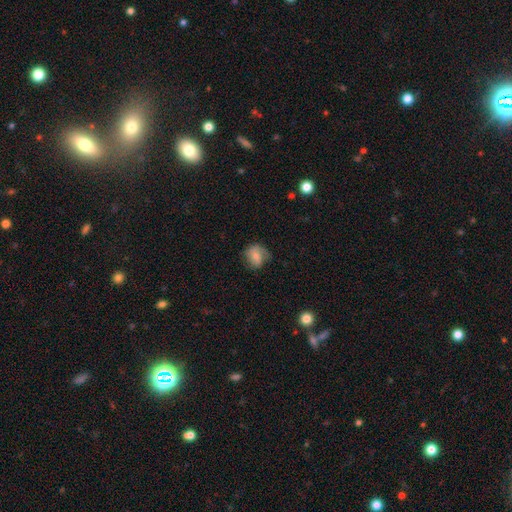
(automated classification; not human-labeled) Morphology: type=smooth (64%); roundness=round (66%); merging=none (57%).